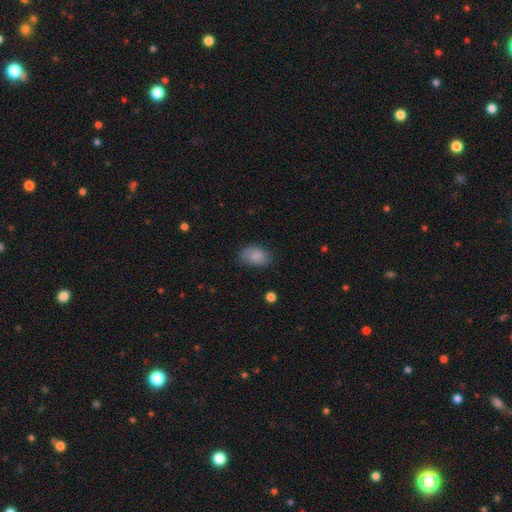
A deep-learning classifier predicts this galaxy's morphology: This is clearly a smooth galaxy (84%). How rounded: clearly in between (86%). Merging: likely none (74%).